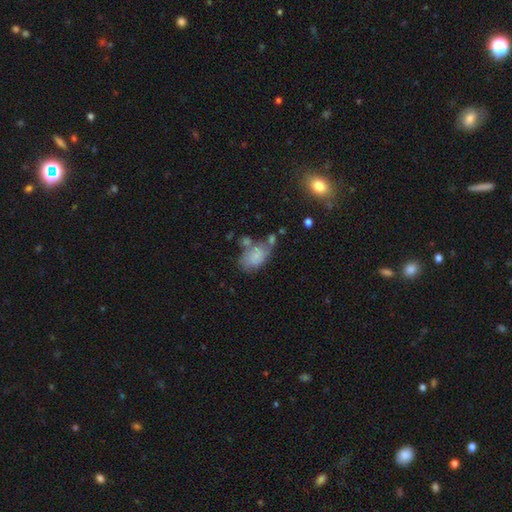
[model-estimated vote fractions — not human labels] The model was most divided on "merging": none: 31%, minor disturbance: 26%, merger: 23%, major disturbance: 20%. More confident: how rounded — in between (86%); smooth or featured — smooth (62%).